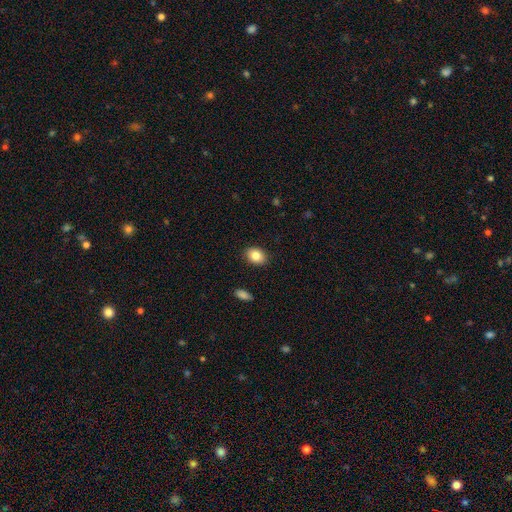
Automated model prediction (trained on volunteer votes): smooth-or-featured: smooth: 84% | star or artifact: 8% | featured or disk: 8%
  how-rounded: in between: 71% | round: 28% | cigar-shaped: 1%
  merging: none: 89% | minor disturbance: 8% | major disturbance: 2% | merger: 1%